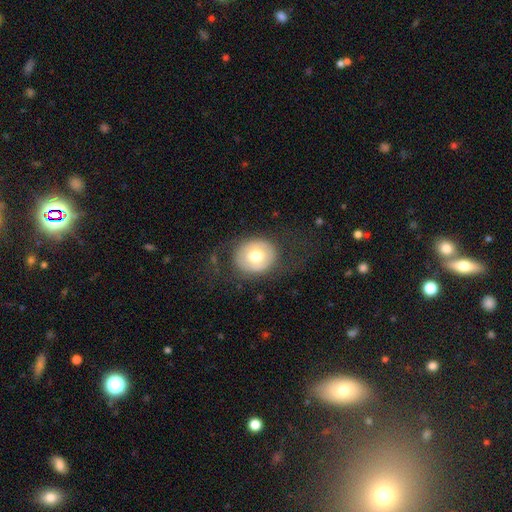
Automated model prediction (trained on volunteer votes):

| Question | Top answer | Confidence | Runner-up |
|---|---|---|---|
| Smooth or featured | smooth | 60% | featured or disk (33%) |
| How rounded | round | 63% | in between (37%) |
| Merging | none | 74% | minor disturbance (13%) |